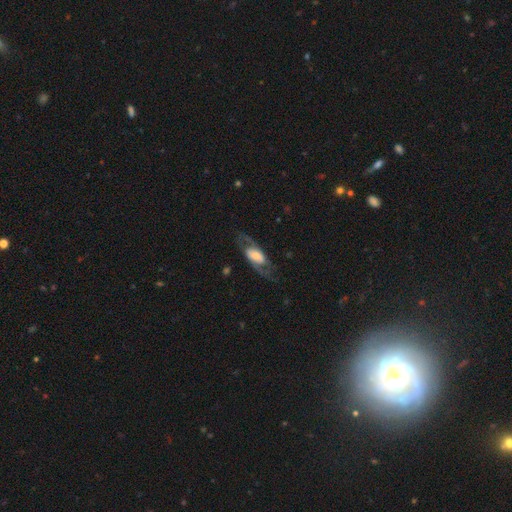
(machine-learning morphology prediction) Overall: featured or disk (65%; smooth 29%). Edge-on disk: no (85%). Bar: no (40%; weak 36%). Spiral arms: yes (75%). Bulge size: large (37%; moderate 24%). Merging: none (66%).